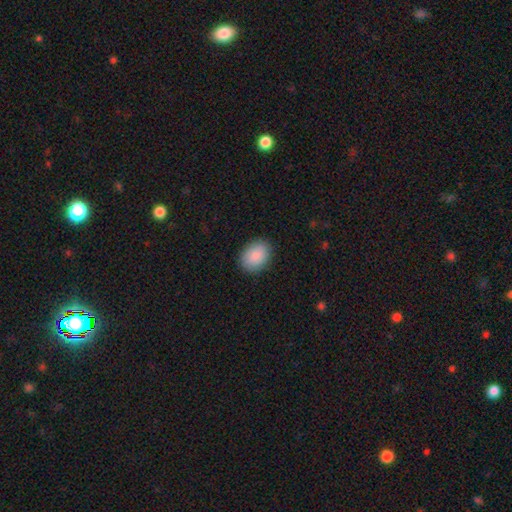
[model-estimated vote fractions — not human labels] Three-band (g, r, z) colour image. It shows a smooth galaxy with no disk features (89%) that is in between round and cigar-shaped (73%). Merging: none (88%).